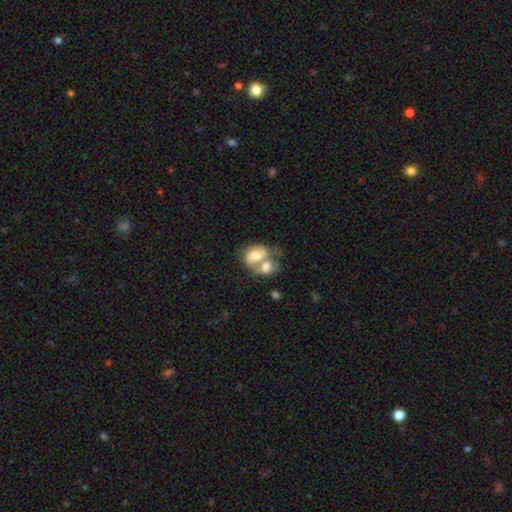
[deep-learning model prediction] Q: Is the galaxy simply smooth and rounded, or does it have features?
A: smooth — 51%.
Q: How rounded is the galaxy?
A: in between — 69%.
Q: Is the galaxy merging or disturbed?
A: merger — 74%.